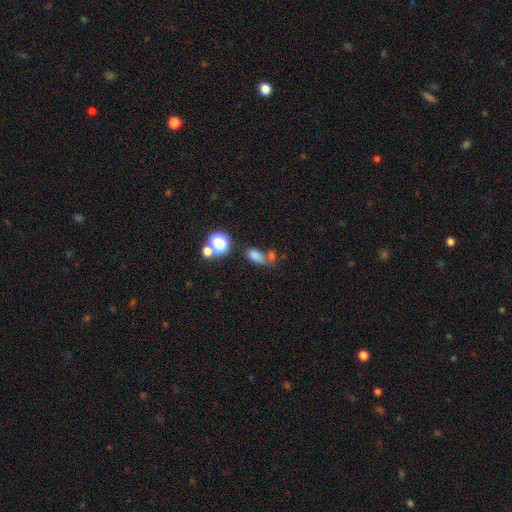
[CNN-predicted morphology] A smooth galaxy with no disk features (75%) that is in between round and cigar-shaped (82%). Merging: none (49%).